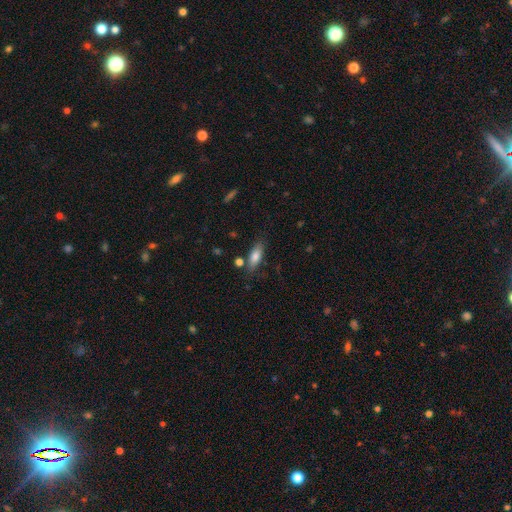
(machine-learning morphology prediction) Q: Smooth or featured?
A: smooth (76%); runner-up: featured or disk (16%)
Q: How rounded?
A: in between (66%); runner-up: cigar-shaped (31%)
Q: Merging?
A: none (76%); runner-up: minor disturbance (15%)